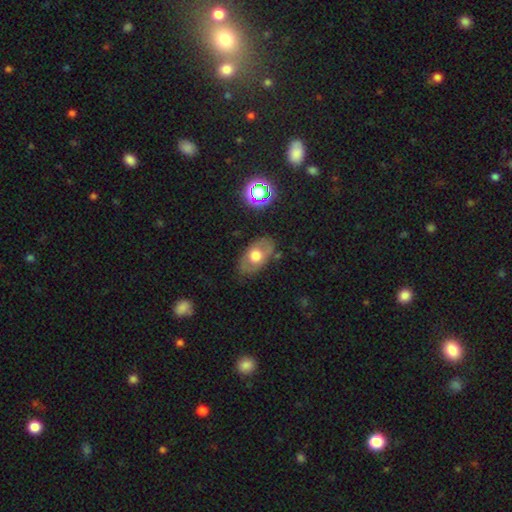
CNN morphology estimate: Smooth or featured: smooth — 52% (featured or disk — 39%)
How rounded: in between — 85% (round — 13%)
Merging: none — 79% (minor disturbance — 15%)